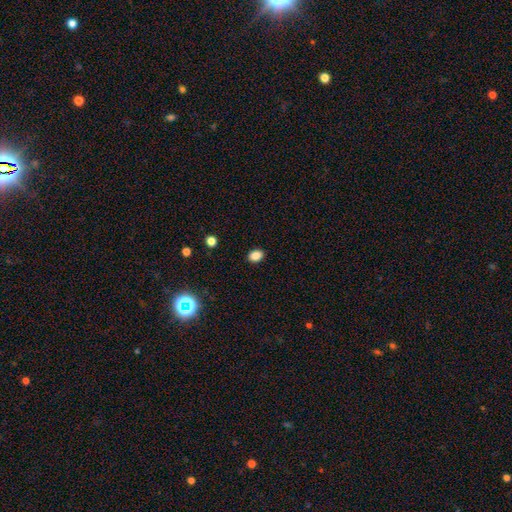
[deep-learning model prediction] Morphology: type=smooth (85%); roundness=in between (66%); merging=none (90%).